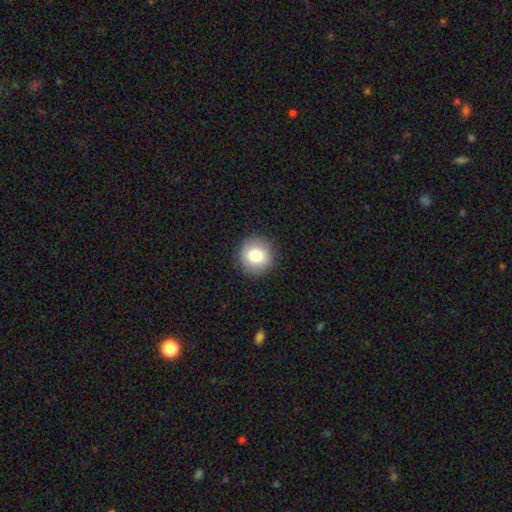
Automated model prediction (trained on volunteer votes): This appears to be a smooth galaxy with no disk features (82%) that is round (93%). Merging: none (90%).